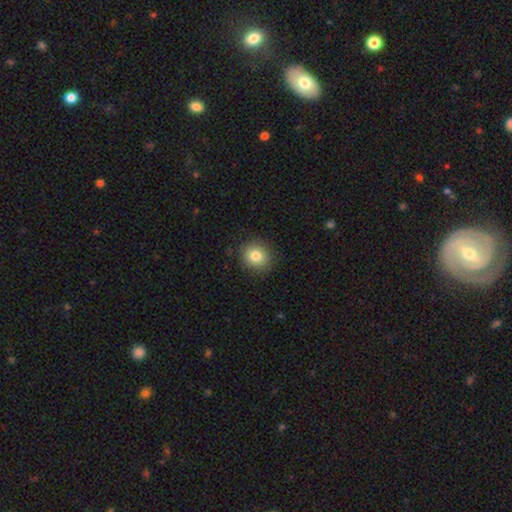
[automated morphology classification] Smooth or featured? smooth (82%)
How rounded? round (87%)
Merging? none (89%)